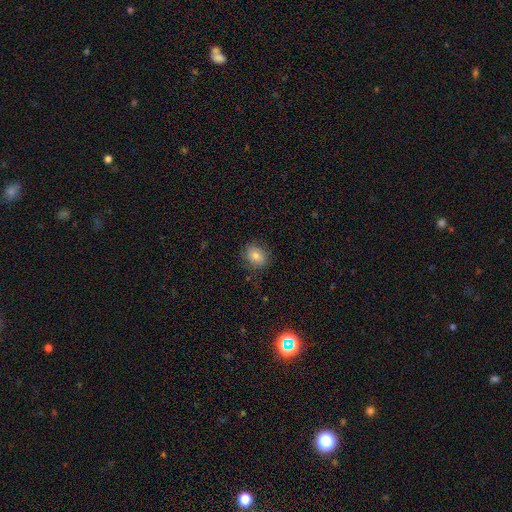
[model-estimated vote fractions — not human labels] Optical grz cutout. It shows a smooth galaxy with no disk features (76%) that is round (52%). Merging: none (79%).